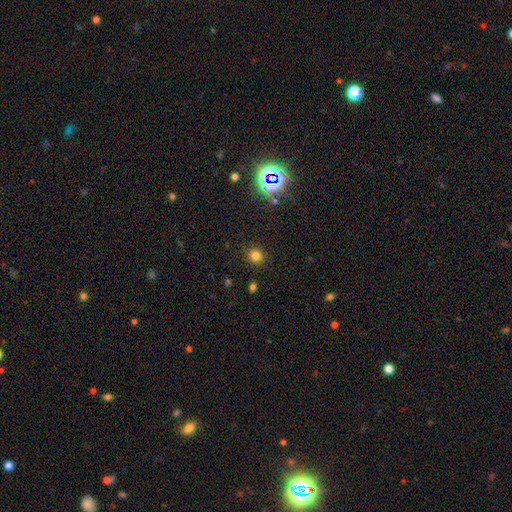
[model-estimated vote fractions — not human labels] A smooth galaxy with no disk features (78%) that is round (85%). Merging: none (89%).